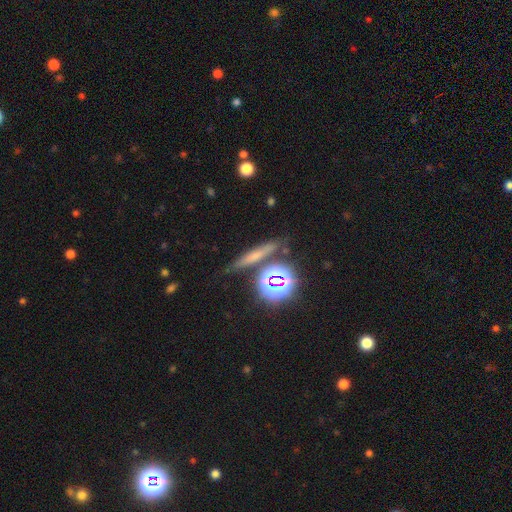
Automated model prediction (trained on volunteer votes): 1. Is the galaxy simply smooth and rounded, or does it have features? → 50% smooth, 26% featured or disk, 24% star or artifact.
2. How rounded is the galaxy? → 76% cigar-shaped, 14% round, 9% in between.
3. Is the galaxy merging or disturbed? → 81% none, 10% minor disturbance, 6% merger, 3% major disturbance.